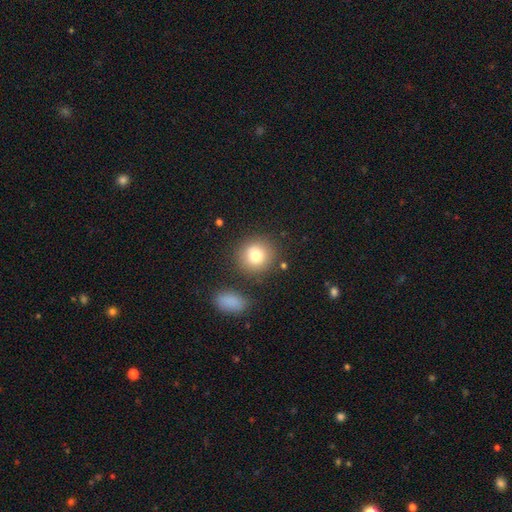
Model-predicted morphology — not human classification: Overall: smooth (78%). How rounded: round (89%). Merging: none (81%).